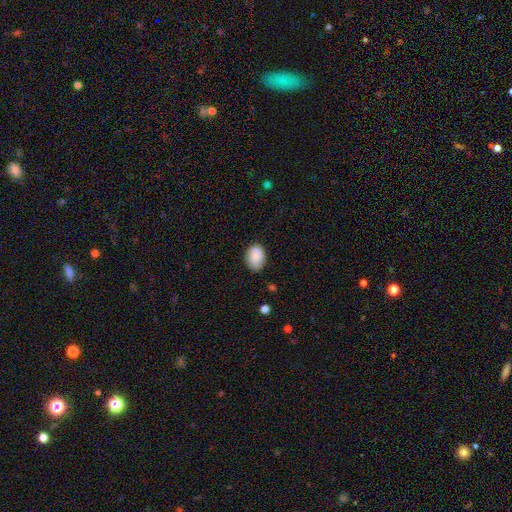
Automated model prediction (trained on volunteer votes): Smooth or featured: smooth — 85% (featured or disk — 8%)
How rounded: in between — 78% (round — 21%)
Merging: none — 74% (minor disturbance — 21%)